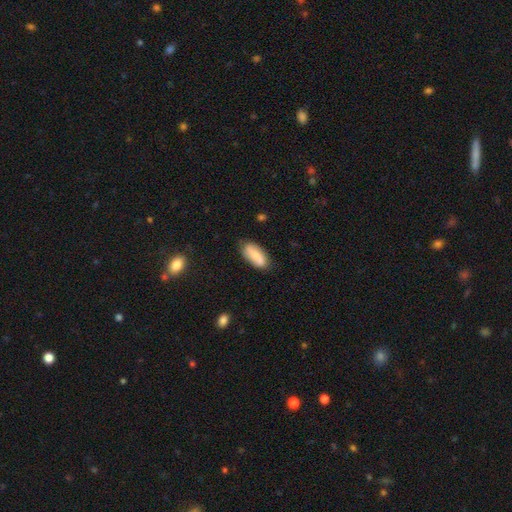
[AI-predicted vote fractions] Morphology: type=smooth (70%); roundness=in between (83%); merging=none (76%).